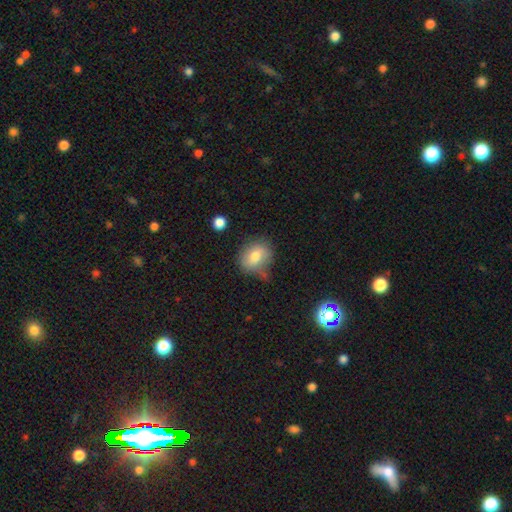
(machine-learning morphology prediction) Q: Smooth or featured?
A: smooth (73%); runner-up: featured or disk (17%)
Q: How rounded?
A: round (53%); runner-up: in between (45%)
Q: Merging?
A: none (61%); runner-up: minor disturbance (26%)